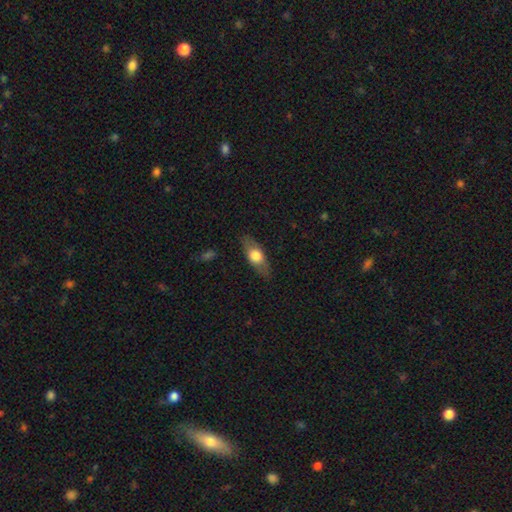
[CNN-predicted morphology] This appears to be a smooth galaxy with no disk features (58%) that is in between round and cigar-shaped (71%). Merging: none (81%).